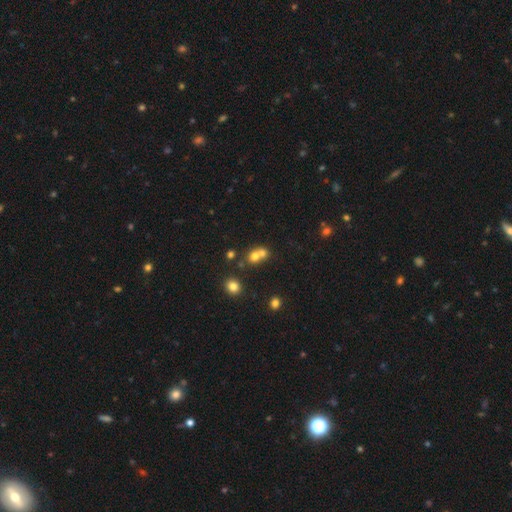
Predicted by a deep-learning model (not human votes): smooth_or_featured: smooth (p=0.70) [alt: star or artifact p=0.15]
how_rounded: round (p=0.73) [alt: in between p=0.26]
merging: merger (p=0.60) [alt: none p=0.32]